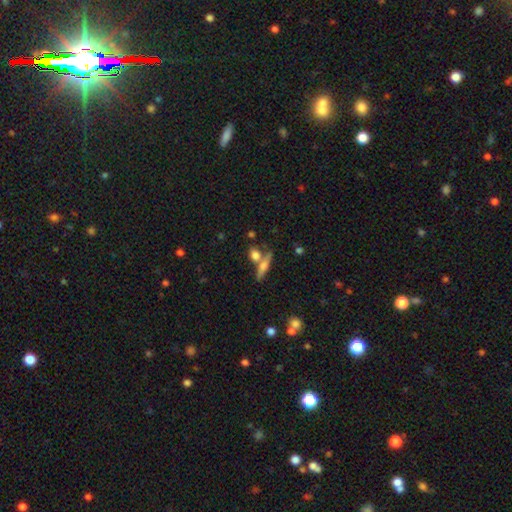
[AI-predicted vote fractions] smooth 67%, featured or disk 22%, star or artifact 10%. Down the decision tree: how rounded — round (43%); merging — none (58%).